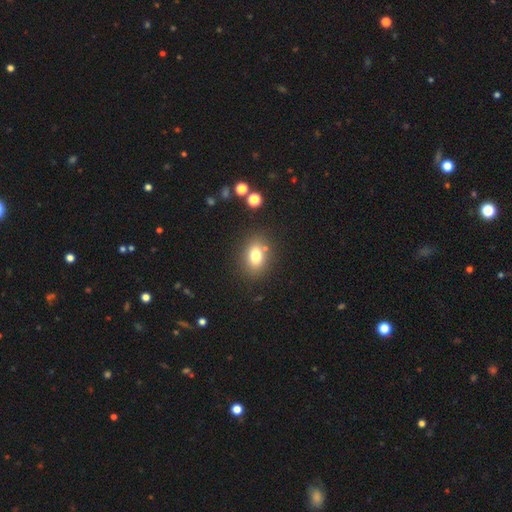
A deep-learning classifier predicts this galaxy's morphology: The model was most divided on "how rounded": in between: 68%, round: 30%, cigar-shaped: 2%. More confident: merging — none (80%); smooth or featured — smooth (77%).